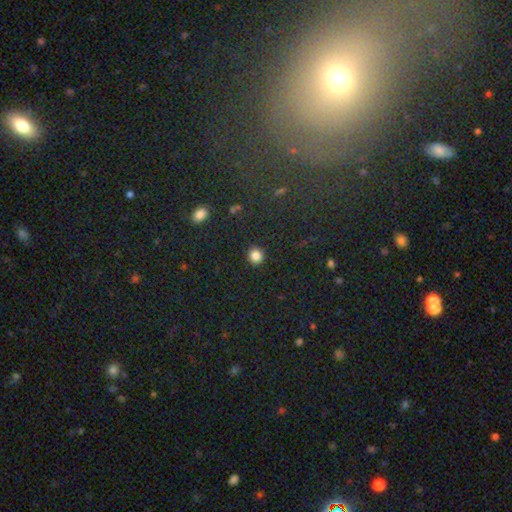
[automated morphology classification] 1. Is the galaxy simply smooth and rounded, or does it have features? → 85% smooth, 12% star or artifact, 4% featured or disk.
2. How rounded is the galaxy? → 91% round, 8% in between, 1% cigar-shaped.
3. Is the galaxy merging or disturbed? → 92% none, 5% minor disturbance, 2% major disturbance, 1% merger.